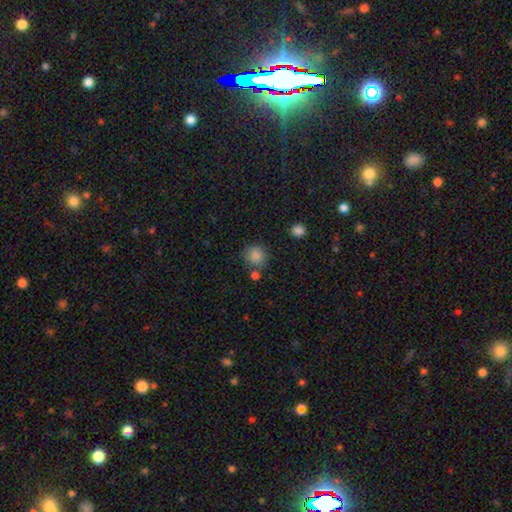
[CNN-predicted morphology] Smooth or featured? Predicted: smooth (p=0.86). How rounded? Predicted: round (p=0.89). Merging? Predicted: none (p=0.74).